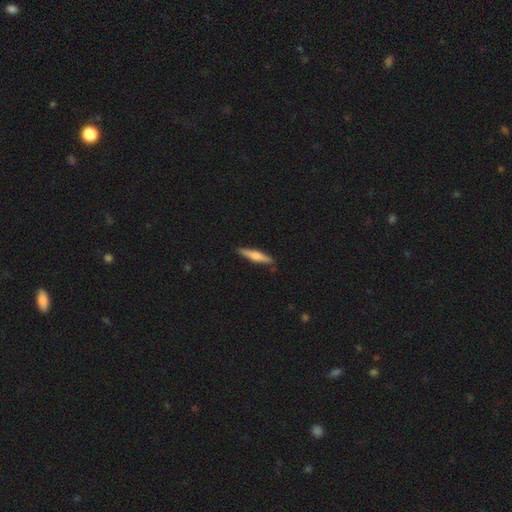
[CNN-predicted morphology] This appears to be a smooth galaxy with no disk features (49%). Merging: none (89%).